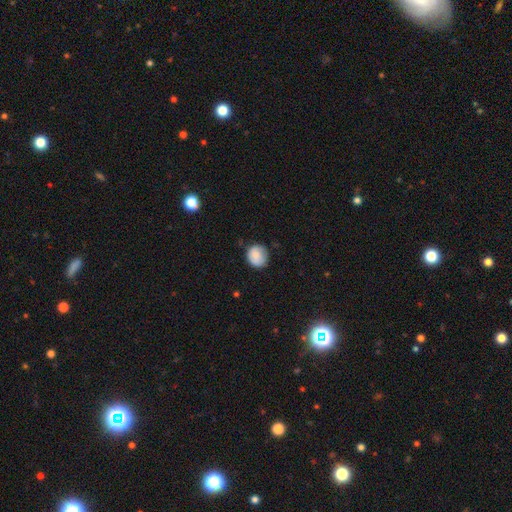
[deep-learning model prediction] smooth-or-featured: smooth: 83% | featured or disk: 9% | star or artifact: 8%
  how-rounded: round: 83% | in between: 16% | cigar-shaped: 1%
  merging: none: 71% | minor disturbance: 23% | major disturbance: 4% | merger: 1%